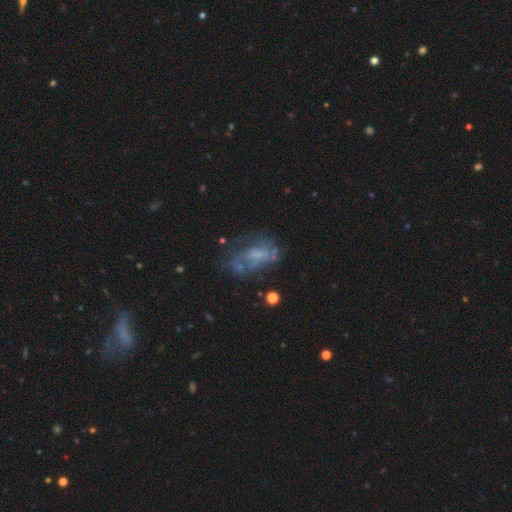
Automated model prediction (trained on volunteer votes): A featured or disk galaxy (57%) with no bar (72%), no spiral arms (65%) and no central bulge (49%).

Vote fractions:
- Smooth or featured? featured or disk: 57% / smooth: 29% / star or artifact: 15%
- Edge-on disk? no: 95% / yes: 5%
- Bar? no: 72% / weak: 22% / strong: 6%
- Spiral arms? no: 65% / yes: 35%
- Bulge size? none: 49% / small: 27% / moderate: 19% / large: 4% / dominant: 1%
- Merging? none: 42% / major disturbance: 27% / minor disturbance: 22% / merger: 9%